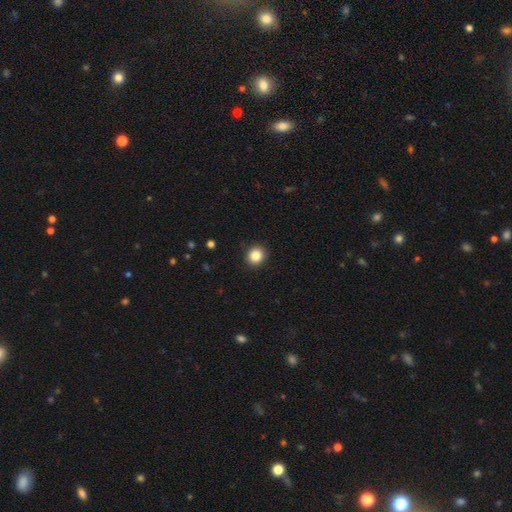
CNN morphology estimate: This appears to be a smooth galaxy with no disk features (85%) that is round (83%). Merging: none (91%).